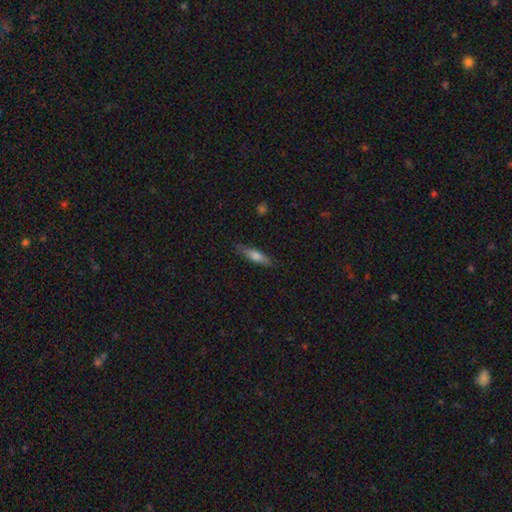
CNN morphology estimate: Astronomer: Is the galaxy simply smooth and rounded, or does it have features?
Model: smooth — 64%.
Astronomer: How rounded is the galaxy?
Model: cigar-shaped — 68%.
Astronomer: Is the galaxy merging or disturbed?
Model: none — 83%.